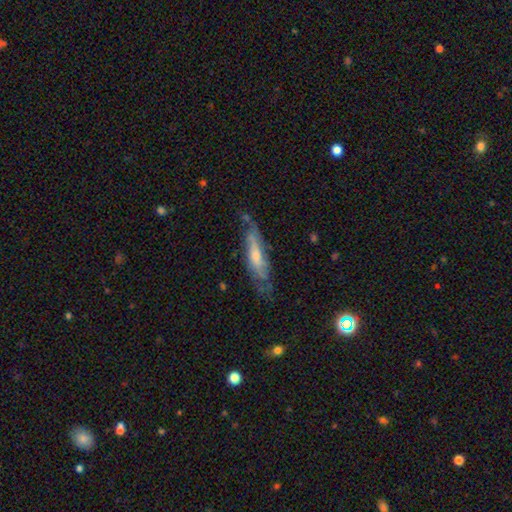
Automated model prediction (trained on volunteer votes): Smooth or featured? Predicted: featured or disk (p=0.60). Edge-on disk? Predicted: no (p=0.53). Merging? Predicted: none (p=0.59).